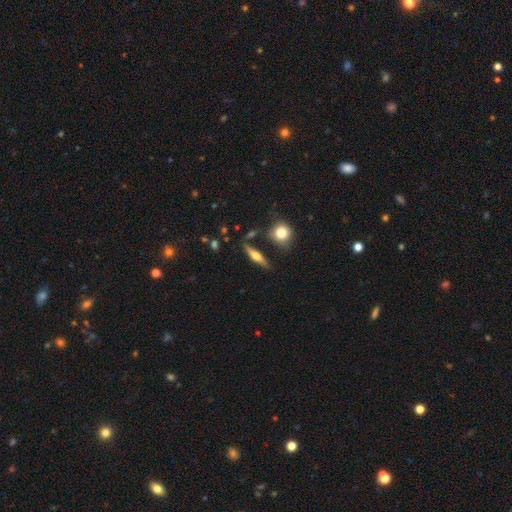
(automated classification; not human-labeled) This is possibly a featured or disk galaxy (52%). It is clearly viewed edge-on (91%). Merging: likely none (77%).